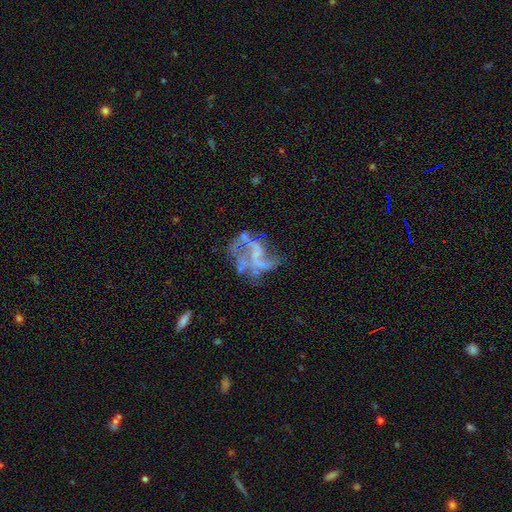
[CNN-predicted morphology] smooth_or_featured: featured or disk (p=0.75) [alt: star or artifact p=0.13]
disk_edge_on: no (p=0.98) [alt: yes p=0.02]
bar: no (p=0.64) [alt: weak p=0.25]
has_spiral_arms: yes (p=0.57) [alt: no p=0.43]
bulge_size: none (p=0.73) [alt: small p=0.15]
merging: none (p=0.38) [alt: major disturbance p=0.36]